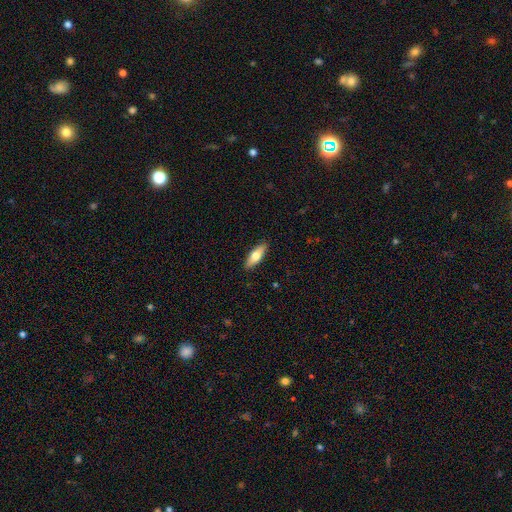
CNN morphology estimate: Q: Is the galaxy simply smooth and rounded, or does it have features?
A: smooth — 67%.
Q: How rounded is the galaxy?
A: in between — 62%.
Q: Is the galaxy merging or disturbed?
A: none — 90%.